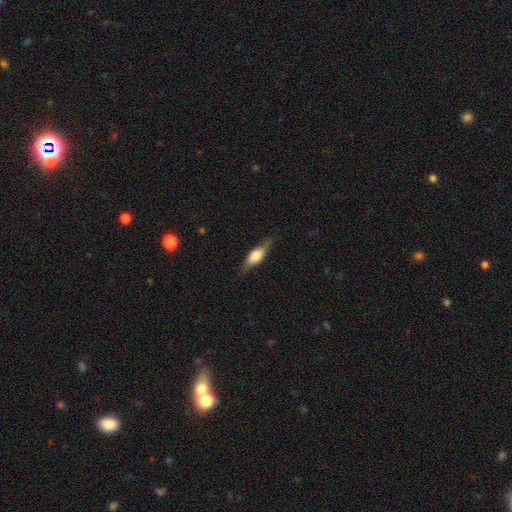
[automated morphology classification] A smooth galaxy with no disk features (51%) that is in between round and cigar-shaped (59%). Merging: none (77%).